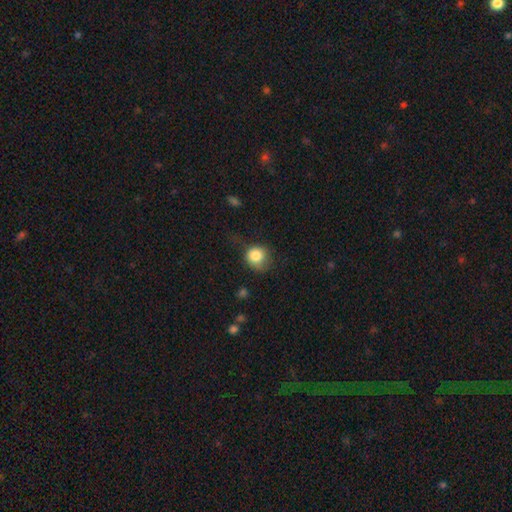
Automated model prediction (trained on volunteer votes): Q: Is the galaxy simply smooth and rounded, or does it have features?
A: smooth — 83%.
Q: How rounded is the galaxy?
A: round — 81%.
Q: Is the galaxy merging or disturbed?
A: none — 52%.